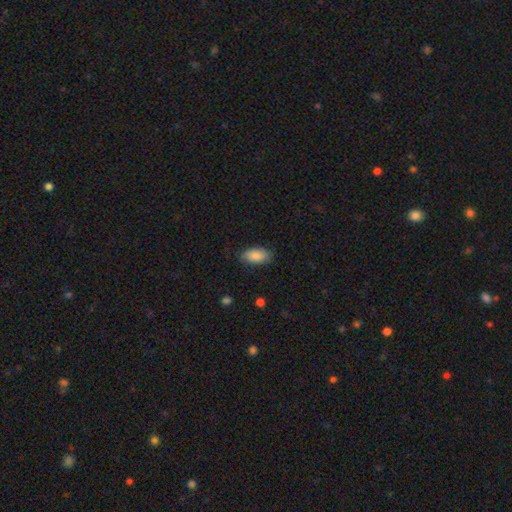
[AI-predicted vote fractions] Morphology: type=smooth (88%); roundness=in between (91%); merging=none (83%).